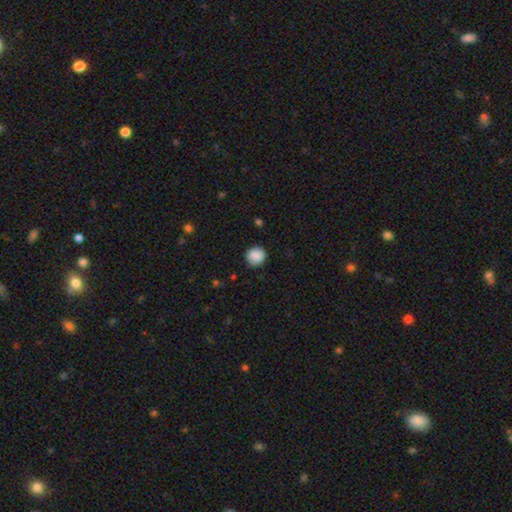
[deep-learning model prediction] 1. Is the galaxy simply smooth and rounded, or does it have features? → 88% smooth, 8% star or artifact, 4% featured or disk.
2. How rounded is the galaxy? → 89% round, 10% in between, 1% cigar-shaped.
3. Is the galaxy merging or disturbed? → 87% none, 10% minor disturbance, 2% major disturbance, 1% merger.